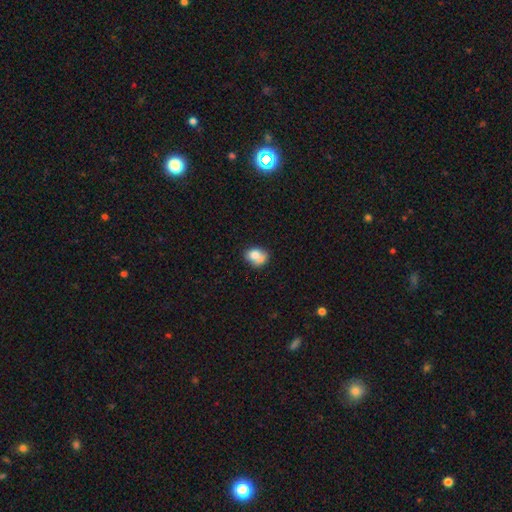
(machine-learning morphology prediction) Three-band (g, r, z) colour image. It shows a smooth galaxy with no disk features (73%) that is in between round and cigar-shaped (56%). Merging: merger (44%).